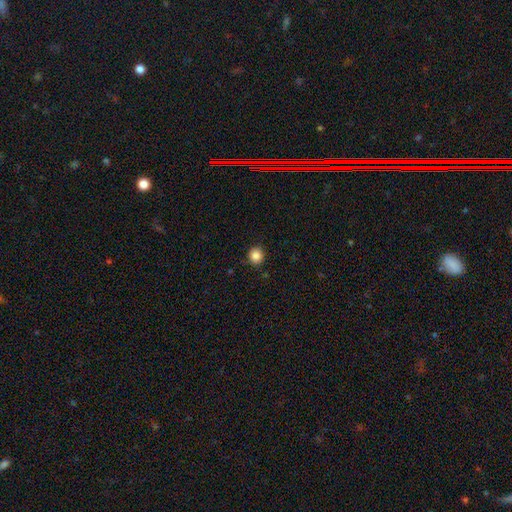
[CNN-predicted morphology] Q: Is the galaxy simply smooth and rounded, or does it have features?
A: smooth — 86%.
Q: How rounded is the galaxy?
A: round — 90%.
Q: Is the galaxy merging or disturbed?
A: none — 90%.